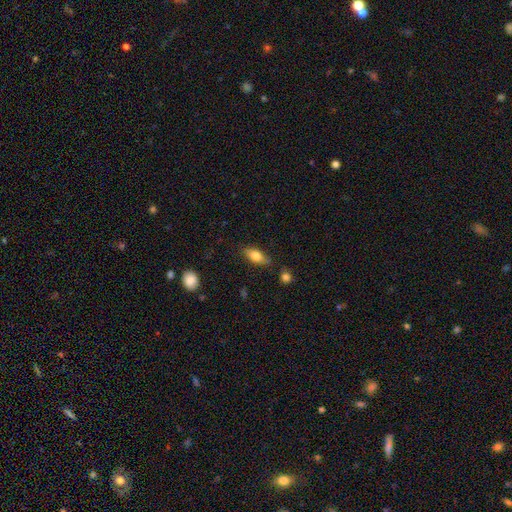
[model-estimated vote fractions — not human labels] A smooth galaxy with no disk features (76%) that is in between round and cigar-shaped (82%).

Vote fractions:
- Smooth or featured? smooth: 76% / featured or disk: 17% / star or artifact: 7%
- How rounded? in between: 82% / cigar-shaped: 13% / round: 4%
- Merging? none: 77% / minor disturbance: 17% / major disturbance: 3% / merger: 3%